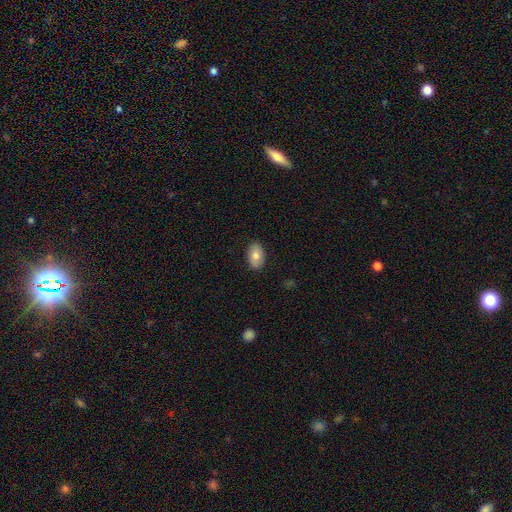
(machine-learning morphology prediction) A smooth galaxy with no disk features (79%) that is in between round and cigar-shaped (91%). Merging: none (88%).